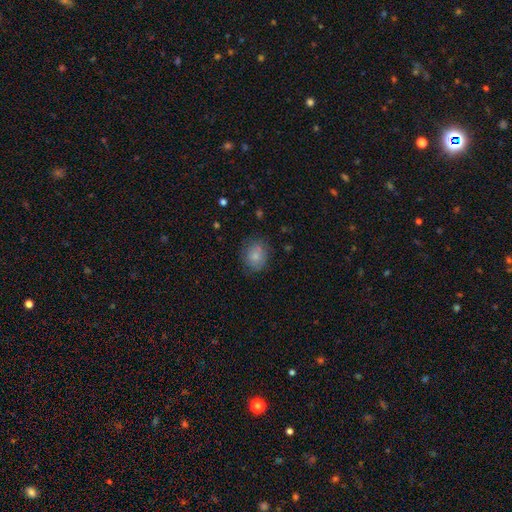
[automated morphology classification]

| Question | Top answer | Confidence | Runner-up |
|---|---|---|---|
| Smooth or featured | smooth | 80% | featured or disk (11%) |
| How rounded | round | 62% | in between (37%) |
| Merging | none | 74% | minor disturbance (18%) |